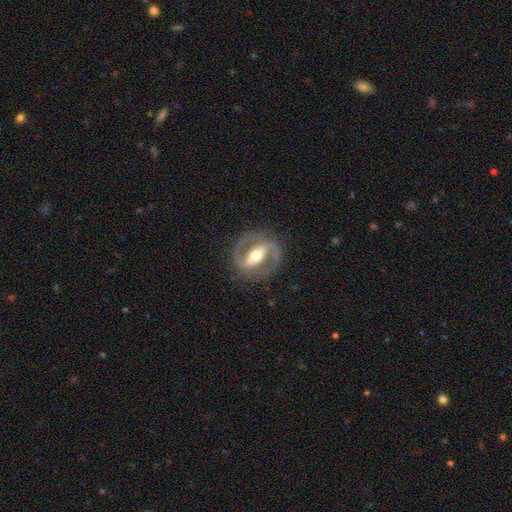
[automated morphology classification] Q: Smooth or featured?
A: featured or disk (89%); runner-up: smooth (7%)
Q: Edge-on disk?
A: no (96%); runner-up: yes (4%)
Q: Bar?
A: strong (64%); runner-up: weak (25%)
Q: Spiral arms?
A: yes (94%); runner-up: no (6%)
Q: Spiral winding?
A: medium (58%); runner-up: tight (27%)
Q: Spiral arm count?
A: 2 (92%); runner-up: 1 (3%)
Q: Bulge size?
A: moderate (68%); runner-up: small (20%)
Q: Merging?
A: none (84%); runner-up: minor disturbance (10%)